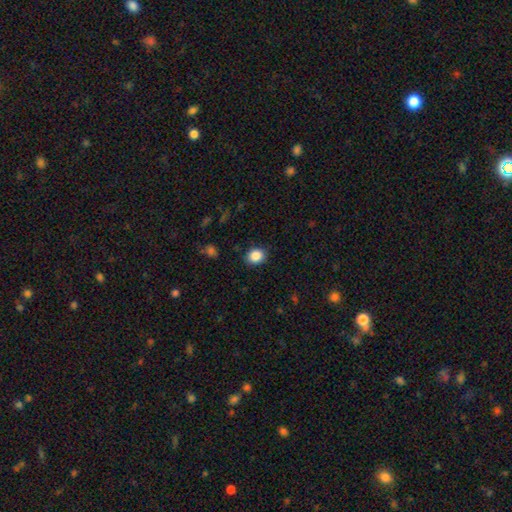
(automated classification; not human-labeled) A smooth galaxy with no disk features (87%) that is round (65%). Merging: none (88%).